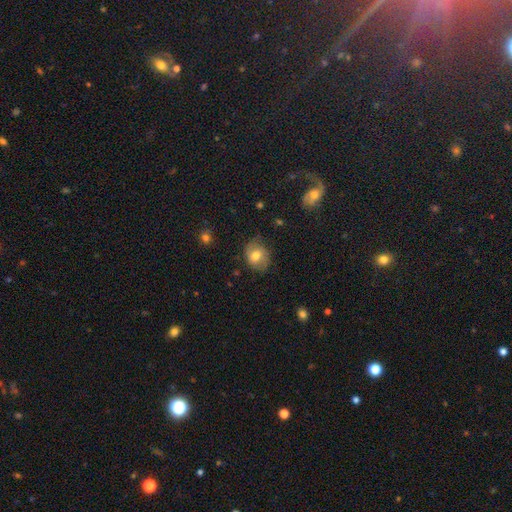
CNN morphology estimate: Q: Smooth or featured?
A: smooth (60%); runner-up: featured or disk (31%)
Q: How rounded?
A: round (50%); runner-up: in between (49%)
Q: Merging?
A: none (65%); runner-up: minor disturbance (25%)